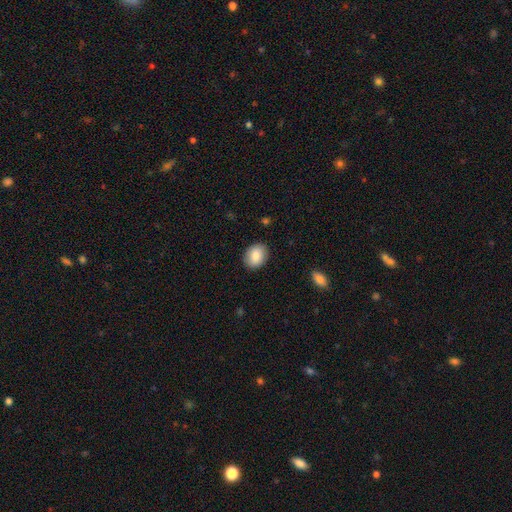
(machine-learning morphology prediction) Overall: smooth (86%). How rounded: in between (61%; round 38%). Merging: none (88%).